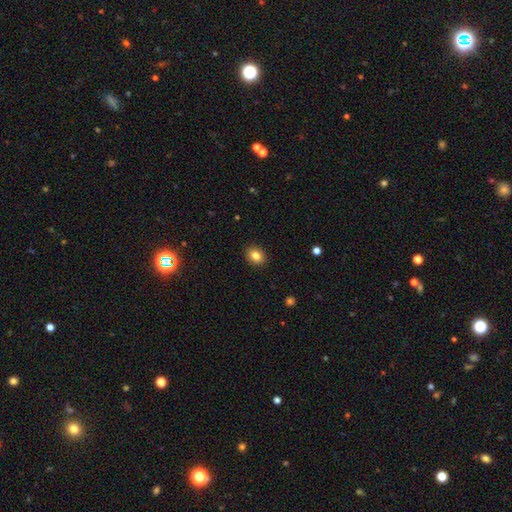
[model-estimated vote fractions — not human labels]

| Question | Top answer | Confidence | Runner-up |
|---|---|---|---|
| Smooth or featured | smooth | 83% | star or artifact (10%) |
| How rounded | round | 54% | in between (45%) |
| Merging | none | 91% | minor disturbance (6%) |